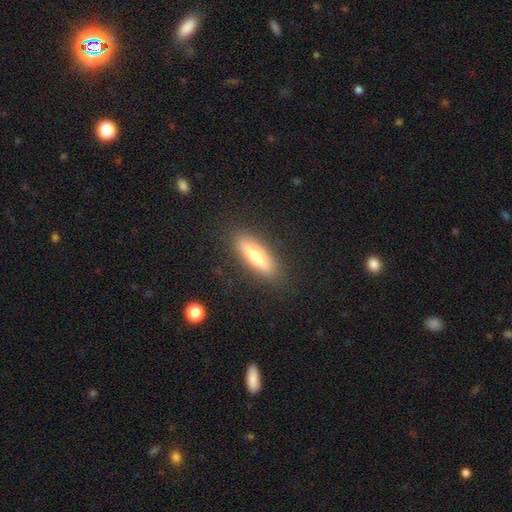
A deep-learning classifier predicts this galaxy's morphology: smooth 57%, featured or disk 37%, star or artifact 7%. Down the decision tree: how rounded — cigar-shaped (66%); merging — none (87%).